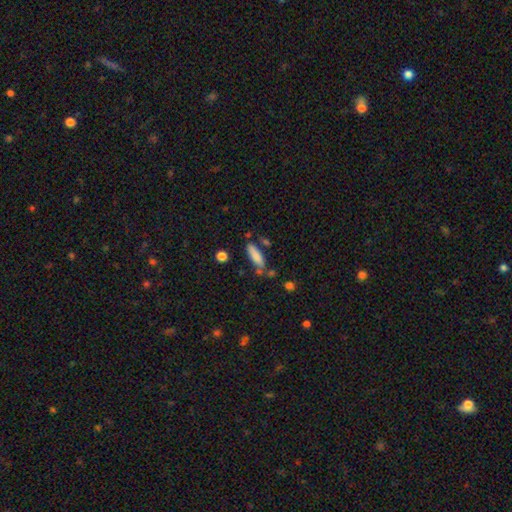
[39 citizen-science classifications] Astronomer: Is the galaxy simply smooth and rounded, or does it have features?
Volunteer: smooth — 82%.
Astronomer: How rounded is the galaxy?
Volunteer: cigar-shaped — 56% (runner-up: in between, 44%).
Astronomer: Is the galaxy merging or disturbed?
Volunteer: none — 79%.